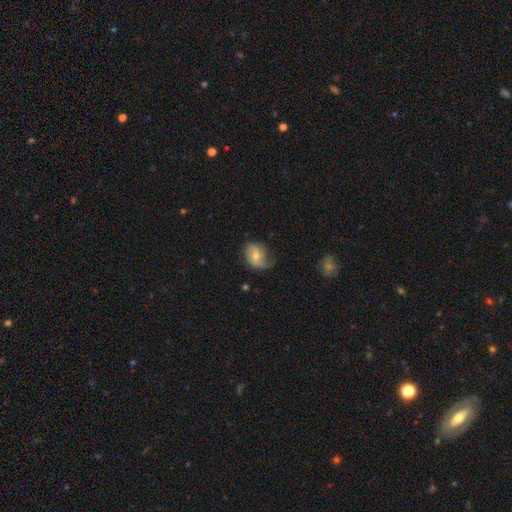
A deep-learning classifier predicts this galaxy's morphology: This appears to be a featured or disk galaxy (53%) with no bar (61%), spiral arms (82%) and a moderate central bulge (59%). Merging: none (54%).